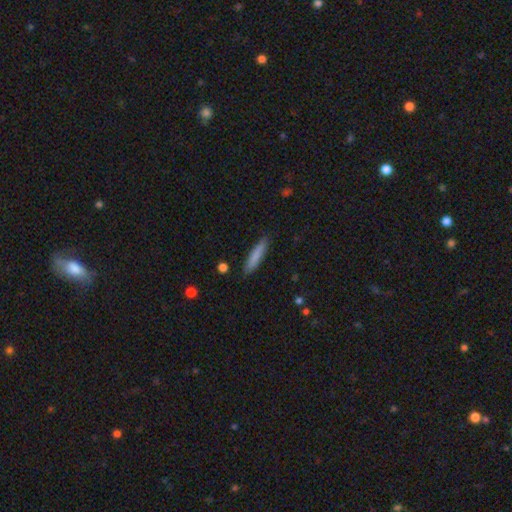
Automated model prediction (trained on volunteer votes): Morphology: type=smooth (82%); roundness=cigar-shaped (88%); merging=none (87%).